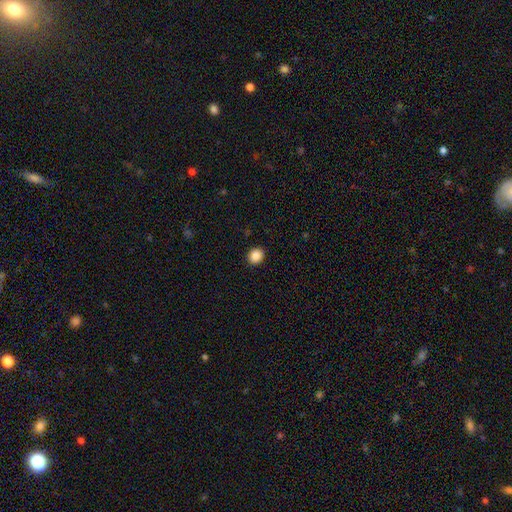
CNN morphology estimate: type=smooth (88%); roundness=round (73%); merging=none (91%).